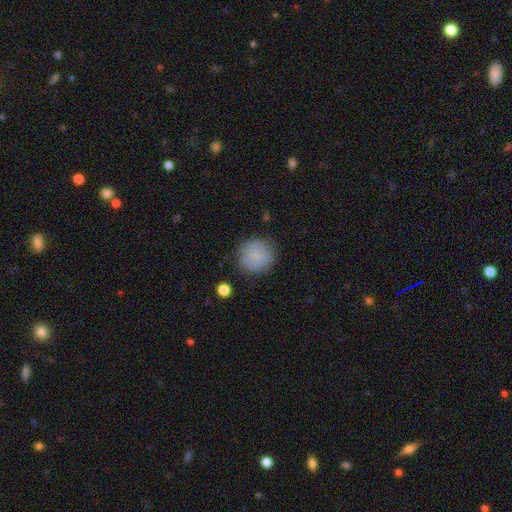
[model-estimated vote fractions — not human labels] smooth_or_featured: smooth (p=0.81) [alt: featured or disk p=0.11]
how_rounded: round (p=0.91) [alt: in between p=0.08]
merging: none (p=0.83) [alt: minor disturbance p=0.11]